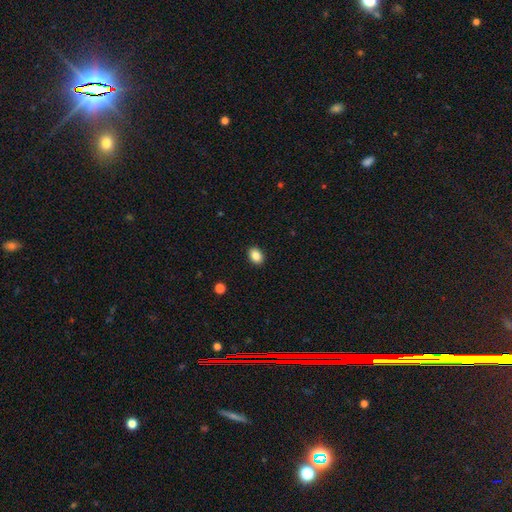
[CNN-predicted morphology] smooth-or-featured: smooth: 86% | star or artifact: 9% | featured or disk: 5%
  how-rounded: in between: 76% | round: 23% | cigar-shaped: 1%
  merging: none: 90% | minor disturbance: 7% | major disturbance: 2% | merger: 1%